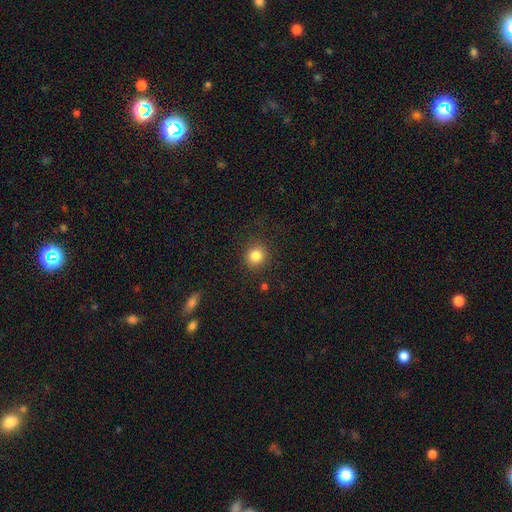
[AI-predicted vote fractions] smooth-or-featured: smooth: 84% | star or artifact: 11% | featured or disk: 5%
  how-rounded: round: 88% | in between: 11% | cigar-shaped: 1%
  merging: none: 87% | minor disturbance: 8% | major disturbance: 3% | merger: 1%